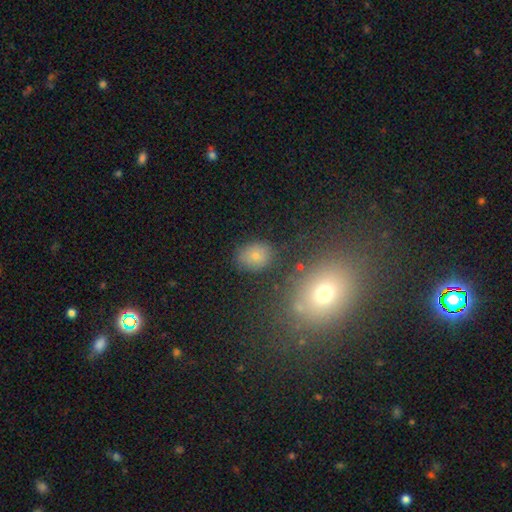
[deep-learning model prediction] smooth 74%, star or artifact 15%, featured or disk 12%. Down the decision tree: how rounded — round (53%); merging — none (79%).